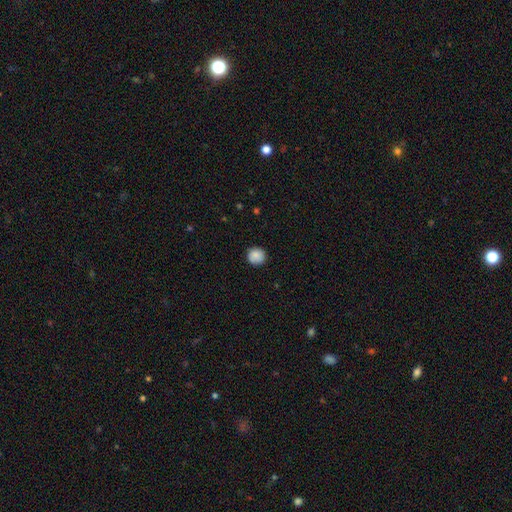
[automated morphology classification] Smooth or featured: smooth — 86% (star or artifact — 8%)
How rounded: round — 92% (in between — 7%)
Merging: none — 88% (minor disturbance — 9%)